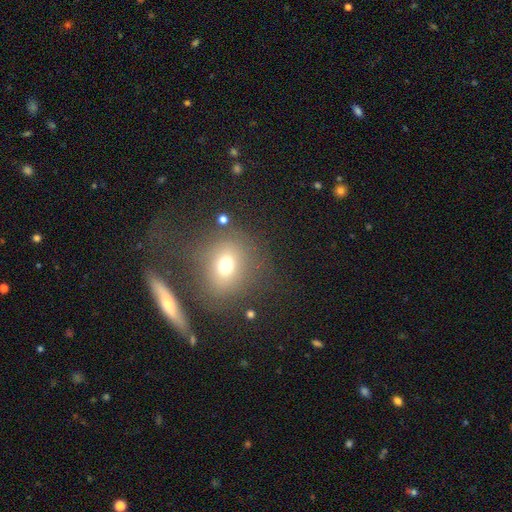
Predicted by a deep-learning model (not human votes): Morphology: type=smooth (57%); roundness=round (67%); merging=none (62%).